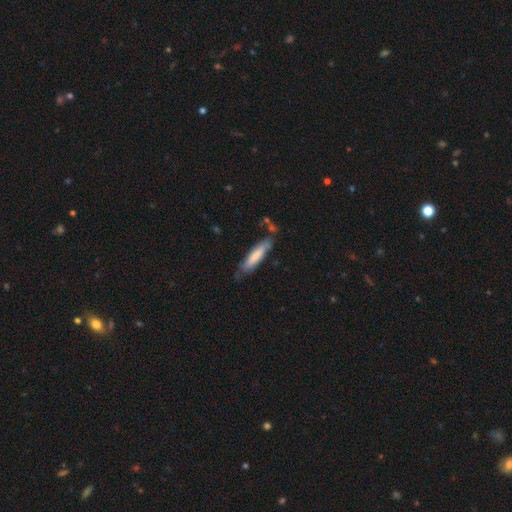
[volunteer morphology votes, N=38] Smooth or featured? smooth (63%)
How rounded? cigar-shaped (88%)
Merging? none (71%)